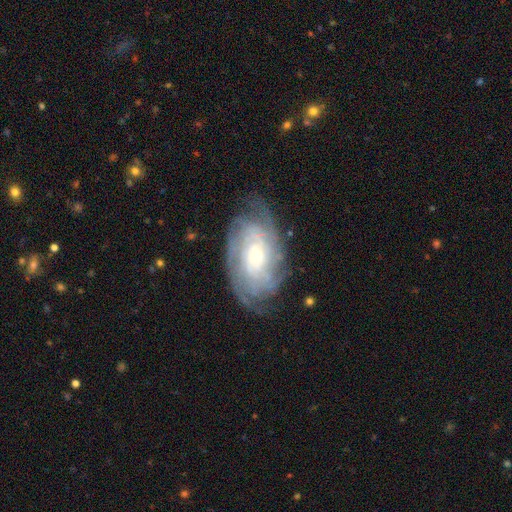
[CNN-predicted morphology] The model was most divided on "bulge size": small: 63%, moderate: 31%, large: 3%, none: 1%, dominant: 1%. Remaining: edge-on disk — no (95%); spiral arms — yes (91%); smooth or featured — featured or disk (81%); bar — no (75%); merging — none (73%); spiral winding — tight (71%); spiral arm count — can't tell (48%).